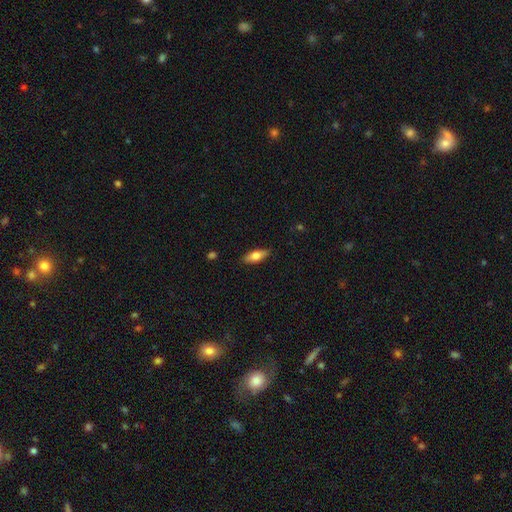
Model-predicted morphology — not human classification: Q: Smooth or featured?
A: smooth (72%); runner-up: featured or disk (21%)
Q: How rounded?
A: in between (72%); runner-up: cigar-shaped (26%)
Q: Merging?
A: none (87%); runner-up: minor disturbance (10%)